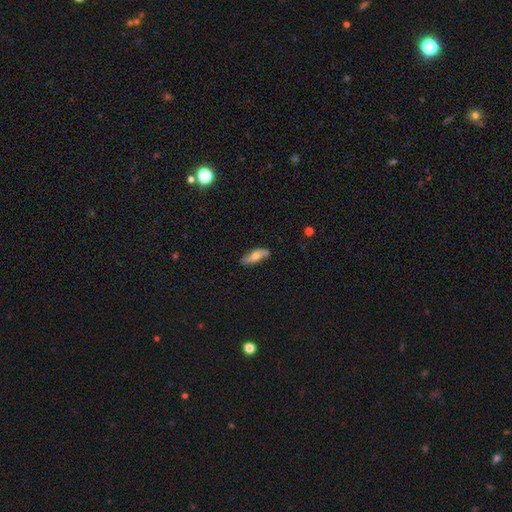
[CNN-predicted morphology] featured or disk 48%, smooth 45%, star or artifact 7%. Down the decision tree: merging — none (78%).